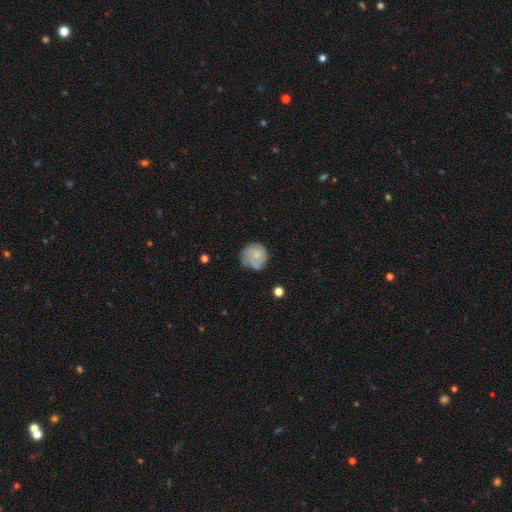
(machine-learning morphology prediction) type=smooth (57%); roundness=round (86%); merging=none (54%).